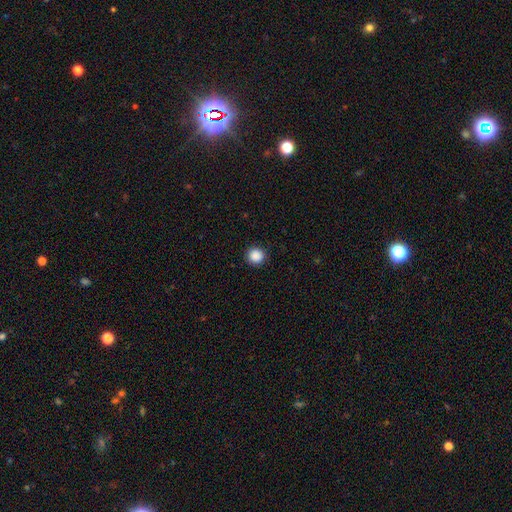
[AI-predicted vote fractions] Morphology: type=smooth (88%); roundness=round (94%); merging=none (92%).